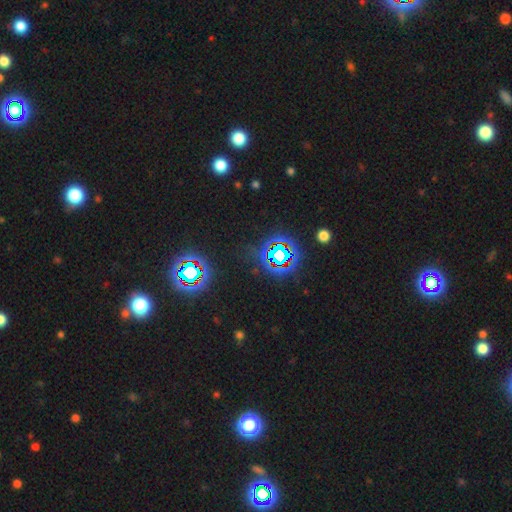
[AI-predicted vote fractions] This appears to be a star or artifact, not a galaxy (77%).